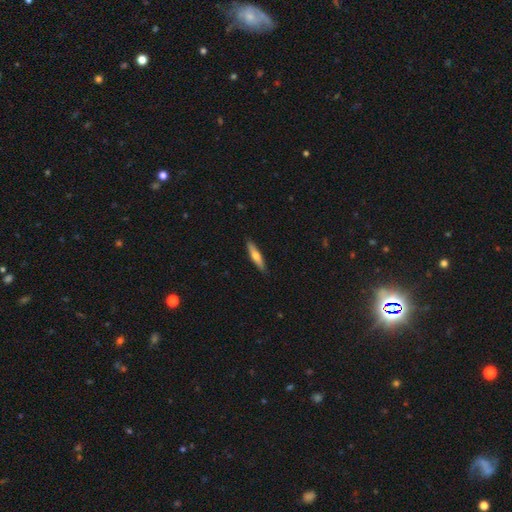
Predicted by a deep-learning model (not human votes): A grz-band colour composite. It shows a smooth galaxy with no disk features (58%) that is cigar-shaped (83%). Merging: none (90%).